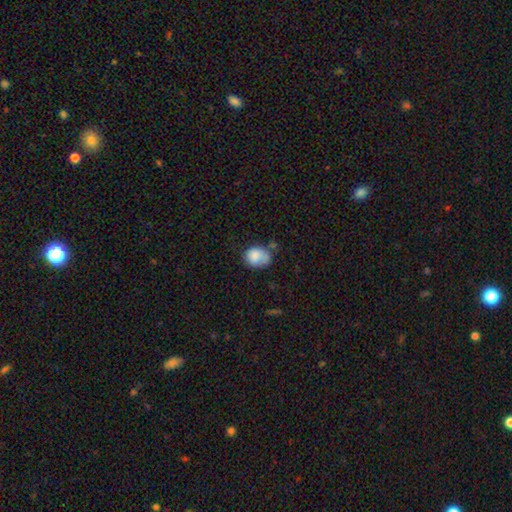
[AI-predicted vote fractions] Smooth or featured: smooth — 82% (featured or disk — 10%)
How rounded: in between — 56% (round — 43%)
Merging: none — 46% (minor disturbance — 32%)